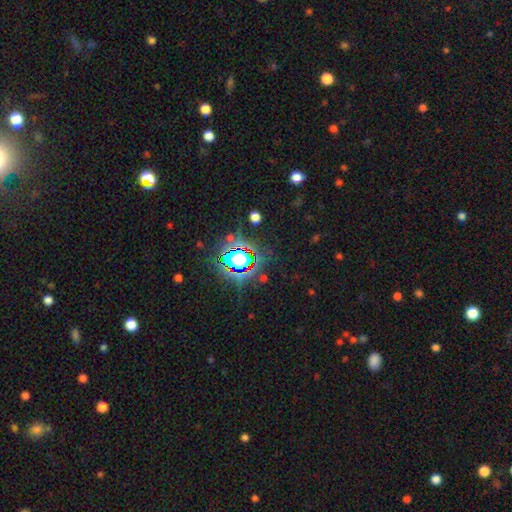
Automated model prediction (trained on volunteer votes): Smooth or featured? star or artifact (84%)